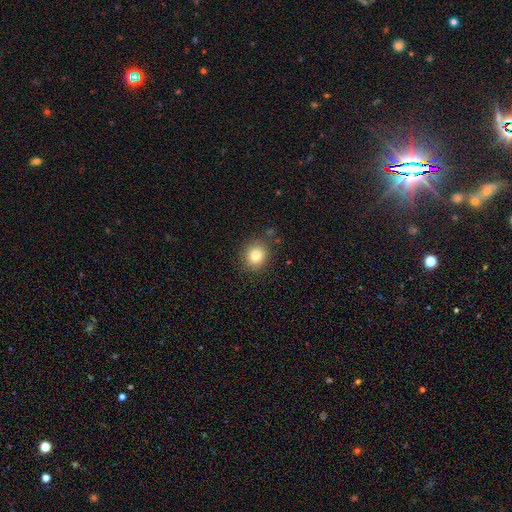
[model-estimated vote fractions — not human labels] Smooth or featured: smooth — 80% (star or artifact — 12%)
How rounded: round — 85% (in between — 14%)
Merging: none — 85% (minor disturbance — 10%)